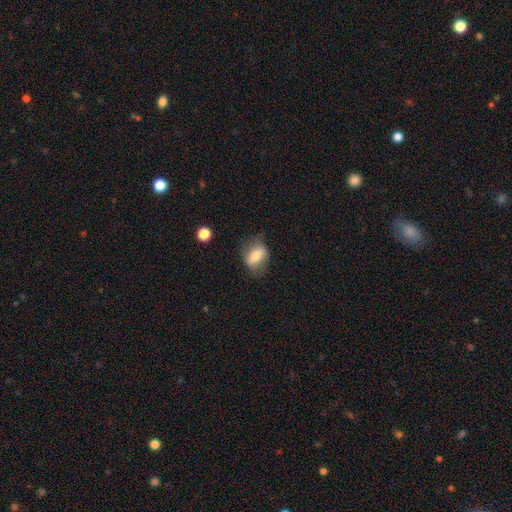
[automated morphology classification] This appears to be a smooth galaxy with no disk features (64%) that is in between round and cigar-shaped (76%). Merging: none (65%).